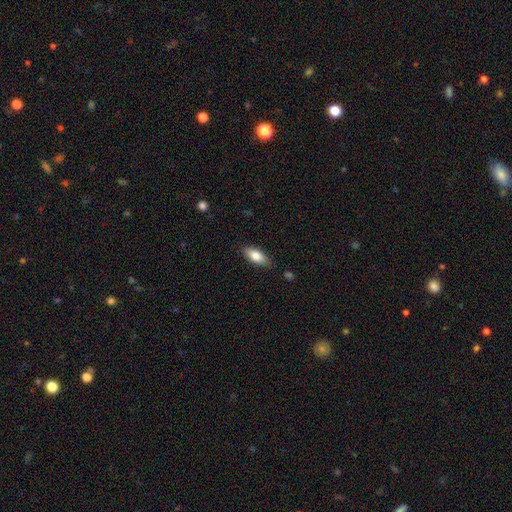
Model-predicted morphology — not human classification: This appears to be a smooth galaxy with no disk features (80%) that is in between round and cigar-shaped (83%). Merging: none (84%).